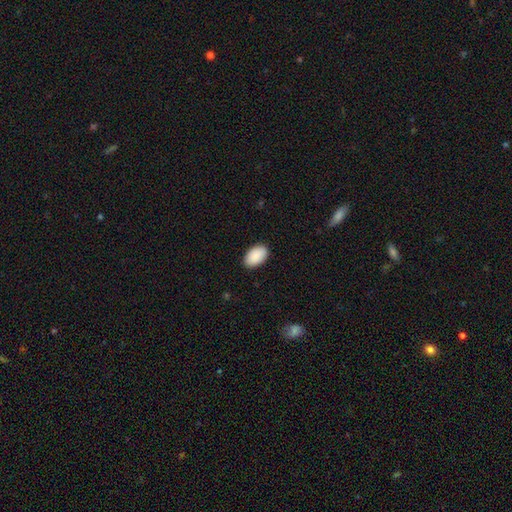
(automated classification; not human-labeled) Smooth or featured?
  - smooth: 91% *
  - star or artifact: 6%
  - featured or disk: 3%
How rounded?
  - in between: 95% *
  - round: 4%
  - cigar-shaped: 1%
Merging?
  - none: 89% *
  - minor disturbance: 8%
  - major disturbance: 2%
  - merger: 1%